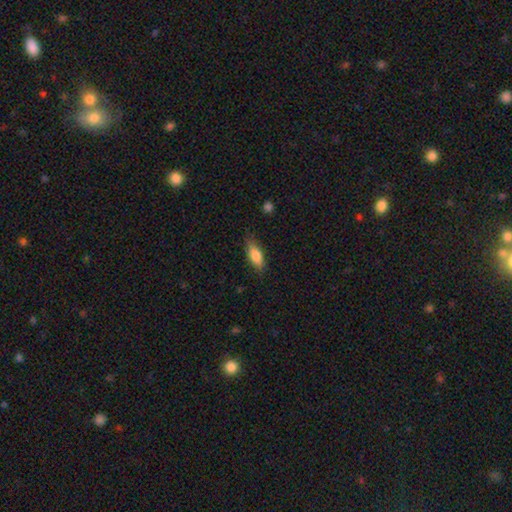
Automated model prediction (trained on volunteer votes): Smooth or featured? Predicted: smooth (p=0.81). How rounded? Predicted: in between (p=0.76). Merging? Predicted: none (p=0.77).